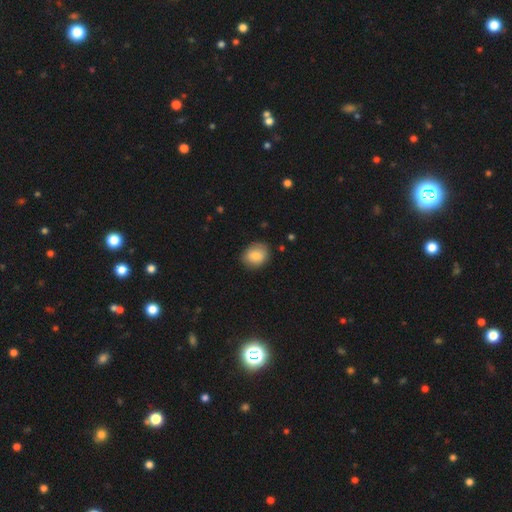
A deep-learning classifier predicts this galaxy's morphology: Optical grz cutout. It shows a smooth galaxy with no disk features (83%) that is round (50%, tied with in between). Merging: none (81%).